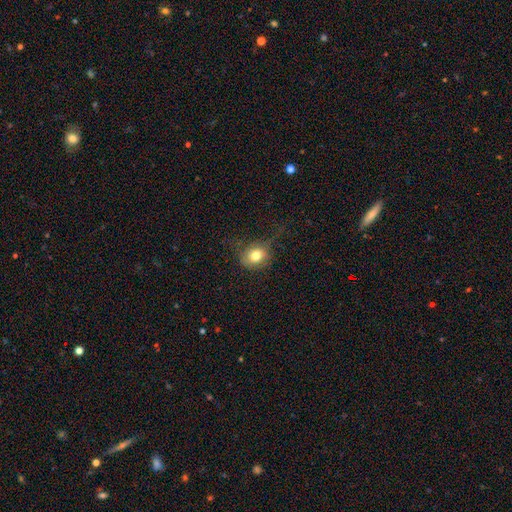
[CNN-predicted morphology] smooth-or-featured: smooth: 77% | featured or disk: 12% | star or artifact: 11%
  how-rounded: round: 60% | in between: 38% | cigar-shaped: 1%
  merging: none: 55% | minor disturbance: 26% | major disturbance: 18% | merger: 2%